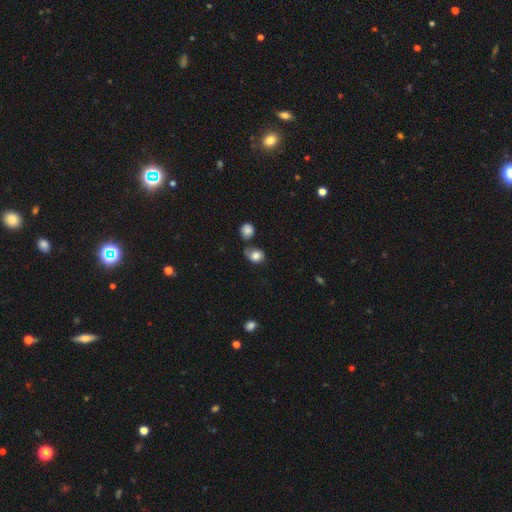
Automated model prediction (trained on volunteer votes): smooth_or_featured: smooth (p=0.81) [alt: featured or disk p=0.11]
how_rounded: round (p=0.56) [alt: in between p=0.42]
merging: none (p=0.45) [alt: minor disturbance p=0.25]